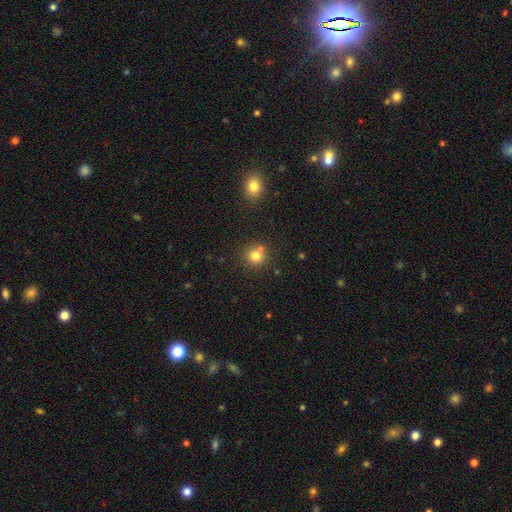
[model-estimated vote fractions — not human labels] Smooth or featured? smooth (77%)
How rounded? round (91%)
Merging? none (66%)